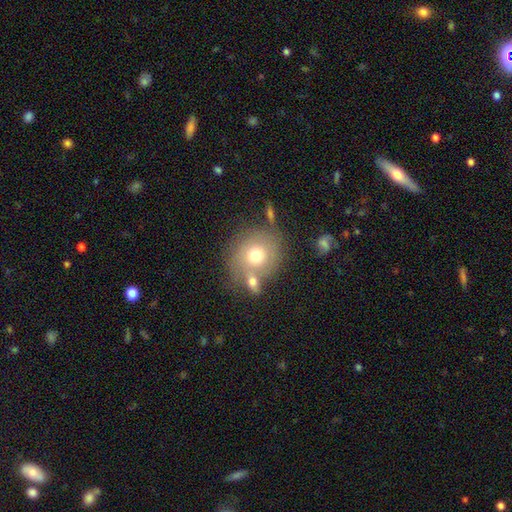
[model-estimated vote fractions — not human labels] This is likely a smooth galaxy (69%). How rounded: clearly round (84%). Merging: possibly none (56%).